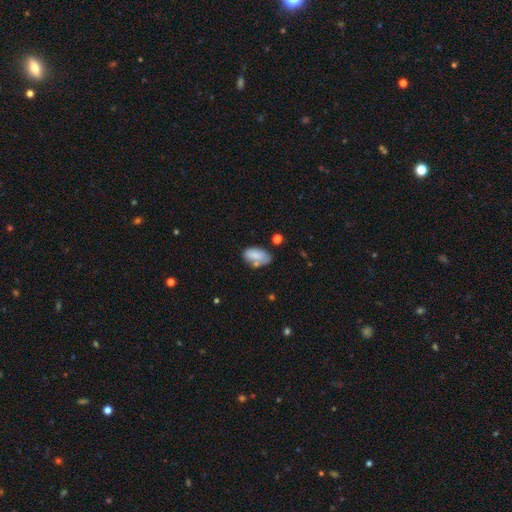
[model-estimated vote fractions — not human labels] Smooth or featured: smooth — 79% (featured or disk — 13%)
How rounded: in between — 93% (round — 4%)
Merging: none — 50% (minor disturbance — 27%)